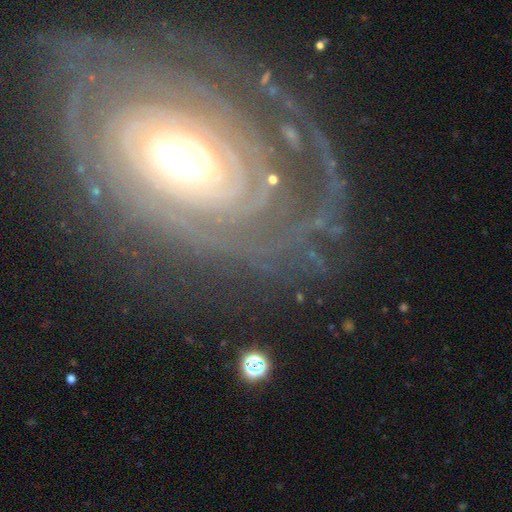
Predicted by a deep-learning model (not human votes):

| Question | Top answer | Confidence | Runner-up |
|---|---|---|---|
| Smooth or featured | featured or disk | 88% | smooth (6%) |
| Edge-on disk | no | 95% | yes (5%) |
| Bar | no | 55% | weak (24%) |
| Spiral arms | yes | 95% | no (5%) |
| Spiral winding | tight | 81% | medium (15%) |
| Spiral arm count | can't tell | 30% | 3 (16%) |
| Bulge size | moderate | 58% | large (28%) |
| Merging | none | 73% | minor disturbance (15%) |